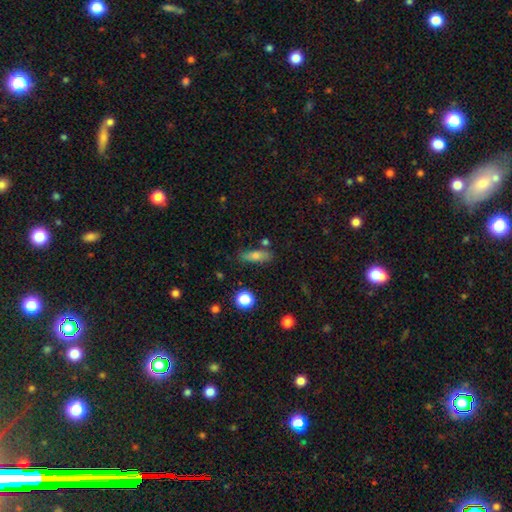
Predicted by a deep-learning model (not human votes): Smooth or featured: smooth — 74% (featured or disk — 16%)
How rounded: in between — 50% (cigar-shaped — 45%)
Merging: none — 73% (minor disturbance — 17%)